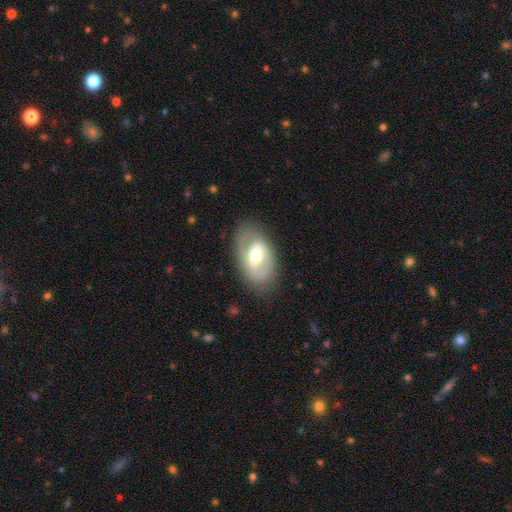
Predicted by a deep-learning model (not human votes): Smooth or featured: featured or disk — 60% (smooth — 34%)
Edge-on disk: no — 92% (yes — 8%)
Bar: weak — 44% (strong — 33%)
Spiral arms: yes — 52% (no — 48%)
Bulge size: moderate — 65% (small — 18%)
Merging: none — 78% (minor disturbance — 15%)